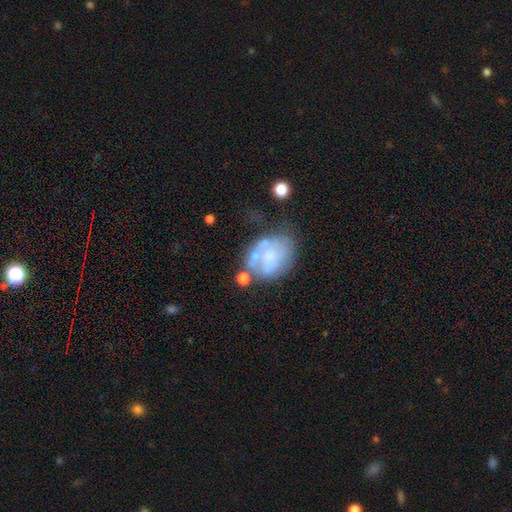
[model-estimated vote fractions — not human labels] featured or disk 51%, smooth 39%, star or artifact 10%. Down the decision tree: edge-on disk — no (98%); bar — no (86%); spiral arms — no (83%); bulge size — none (40%); merging — none (36%).